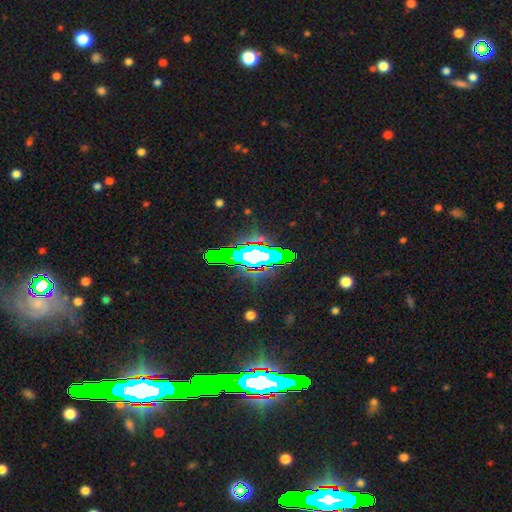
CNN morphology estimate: smooth_or_featured: star or artifact (p=0.59) [alt: featured or disk p=0.21]